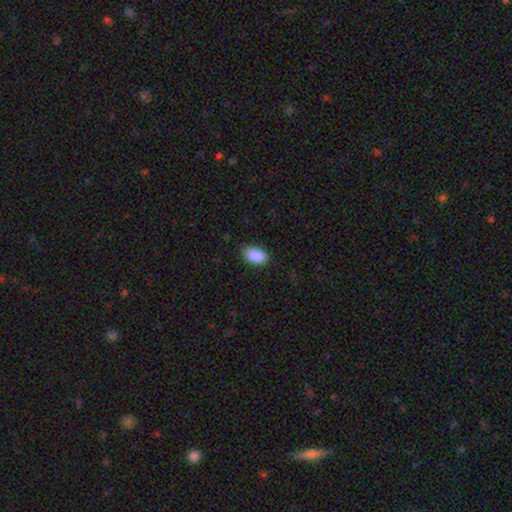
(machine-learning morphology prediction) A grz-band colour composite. It shows a smooth galaxy with no disk features (90%) that is in between round and cigar-shaped (93%). Merging: none (81%).